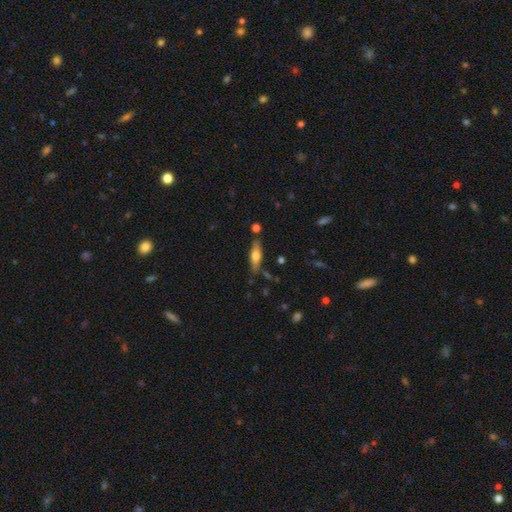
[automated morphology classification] type=smooth (49%); merging=none (79%).